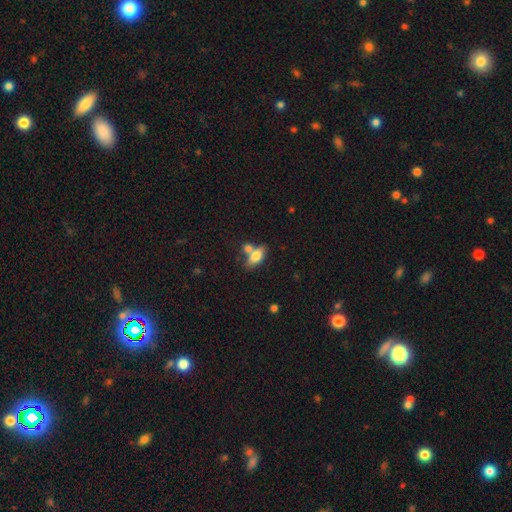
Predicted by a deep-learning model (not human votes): Overall: smooth (73%). How rounded: in between (81%). Merging: none (49%; merger 34%).